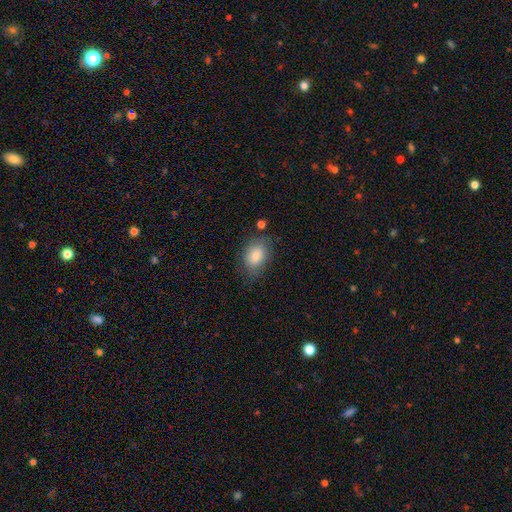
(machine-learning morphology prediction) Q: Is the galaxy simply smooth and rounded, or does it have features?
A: smooth — 84%.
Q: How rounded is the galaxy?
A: in between — 80%.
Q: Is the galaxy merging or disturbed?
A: none — 71%.